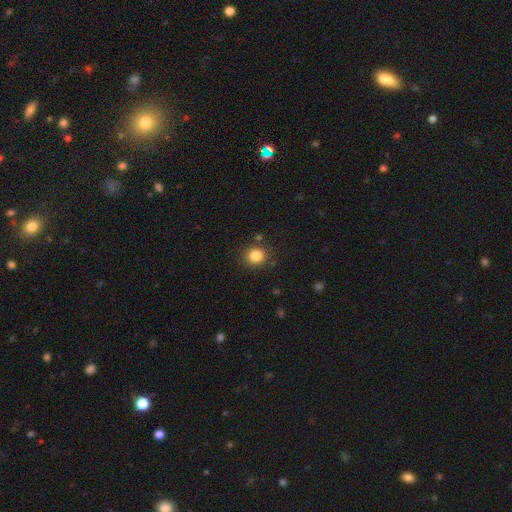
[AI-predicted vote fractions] smooth 83%, star or artifact 12%, featured or disk 5%. Down the decision tree: how rounded — round (85%); merging — none (85%).